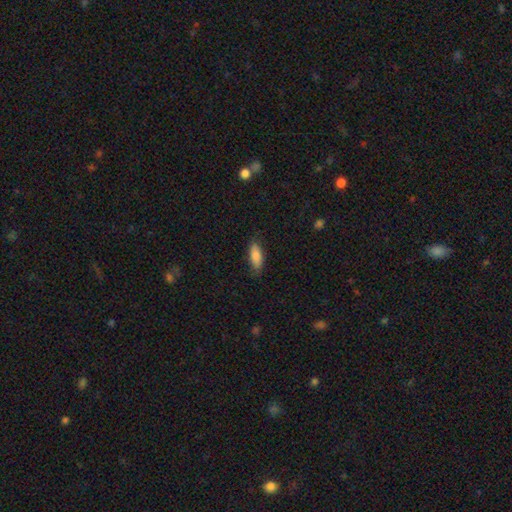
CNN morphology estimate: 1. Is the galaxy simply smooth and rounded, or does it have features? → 82% smooth, 12% featured or disk, 6% star or artifact.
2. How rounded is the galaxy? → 71% in between, 27% cigar-shaped, 2% round.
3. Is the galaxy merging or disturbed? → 78% none, 18% minor disturbance, 3% major disturbance, 1% merger.